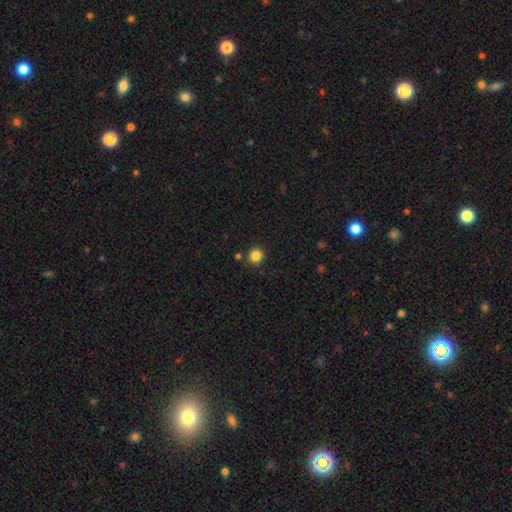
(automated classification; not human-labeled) Q: Smooth or featured?
A: smooth (84%); runner-up: star or artifact (12%)
Q: How rounded?
A: round (89%); runner-up: in between (10%)
Q: Merging?
A: none (88%); runner-up: minor disturbance (7%)